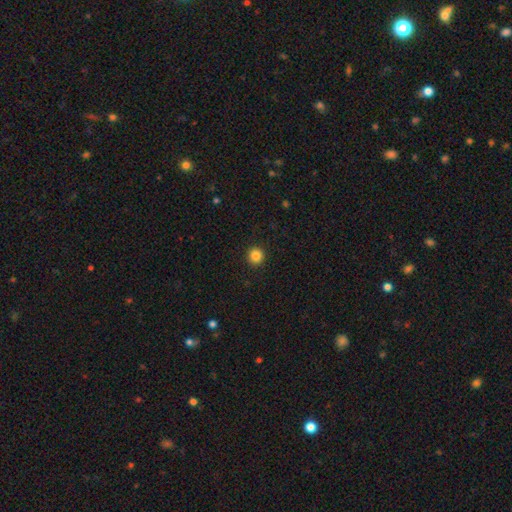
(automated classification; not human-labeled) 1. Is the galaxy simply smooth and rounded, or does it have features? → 85% smooth, 11% star or artifact, 4% featured or disk.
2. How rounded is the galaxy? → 95% round, 4% in between, 1% cigar-shaped.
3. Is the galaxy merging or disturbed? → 93% none, 4% minor disturbance, 2% major disturbance, 1% merger.